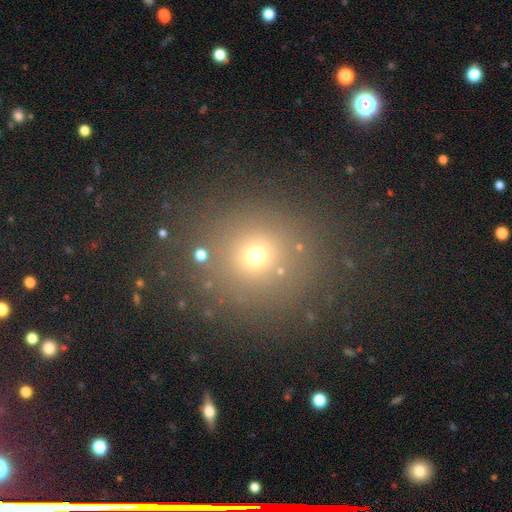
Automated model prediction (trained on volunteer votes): The model was most divided on "smooth or featured": smooth: 65%, star or artifact: 25%, featured or disk: 10%. More confident: how rounded — round (89%); merging — none (83%).